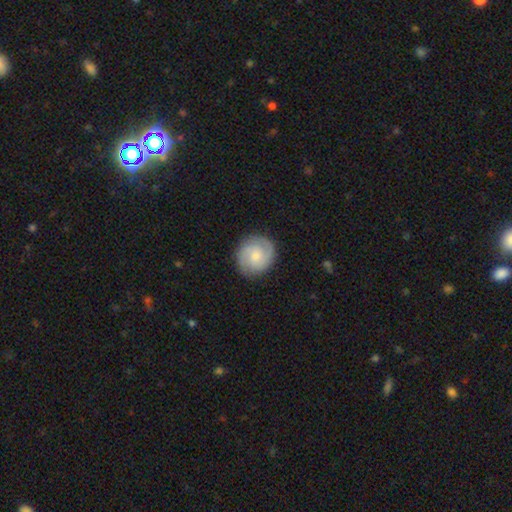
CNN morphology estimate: This is likely a featured or disk galaxy (70%). It is clearly not viewed edge-on (98%). Bar: likely no (61%). Spiral arm pattern: clearly yes (95%). Spiral arm count: likely 2 (73%). Spiral winding: possibly tight (50%). Central bulge: possibly small (55%). Merging: clearly none (87%).